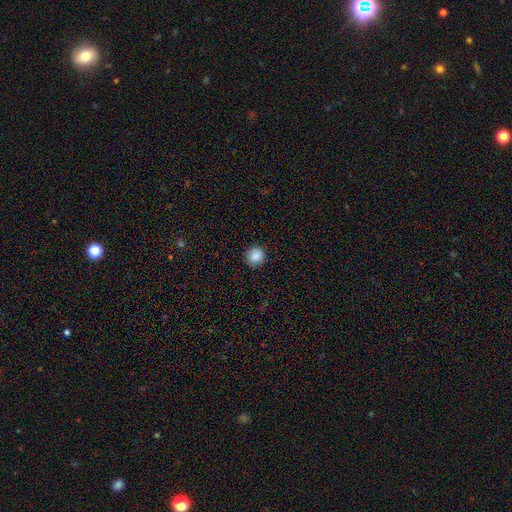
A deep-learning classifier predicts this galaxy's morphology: Smooth or featured: smooth — 87% (star or artifact — 9%)
How rounded: round — 91% (in between — 8%)
Merging: none — 91% (minor disturbance — 6%)